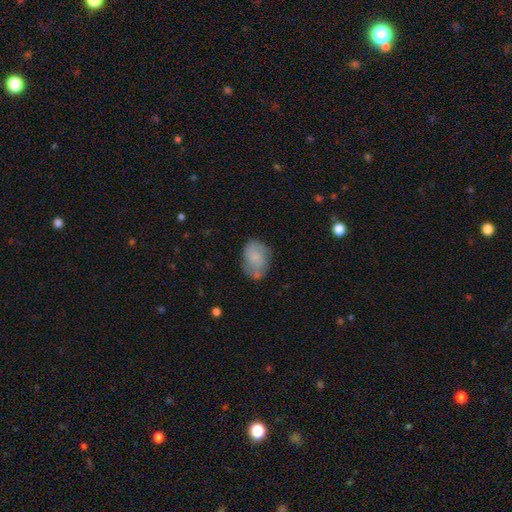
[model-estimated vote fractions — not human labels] A smooth galaxy with no disk features (59%) that is in between round and cigar-shaped (81%). Merging: none (63%).